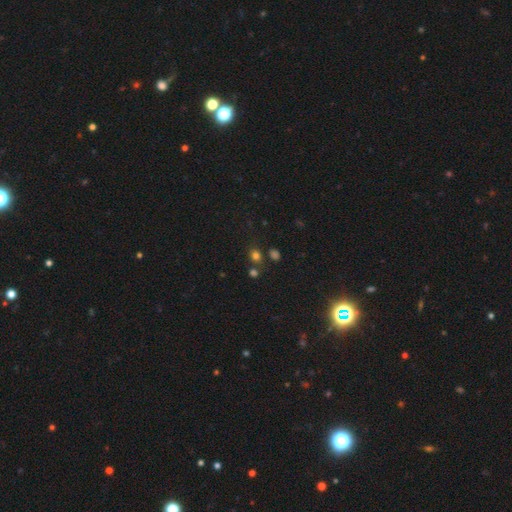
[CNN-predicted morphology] smooth_or_featured: smooth (p=0.72) [alt: star or artifact p=0.22]
how_rounded: round (p=0.63) [alt: in between p=0.36]
merging: none (p=0.73) [alt: merger p=0.12]